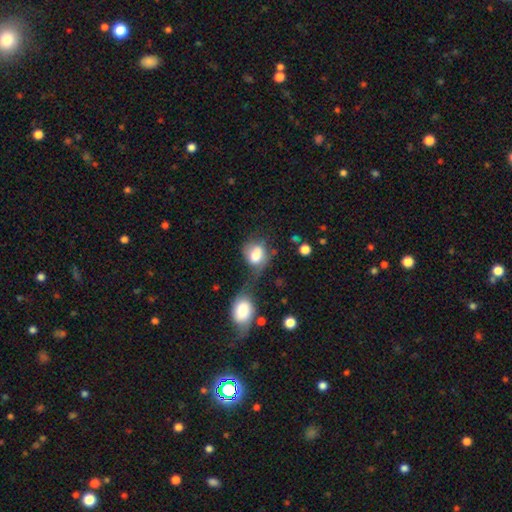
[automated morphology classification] The model was most divided on "merging": merger: 33%, major disturbance: 24%, none: 24%, minor disturbance: 19%. More confident: smooth or featured — smooth (72%); how rounded — in between (60%).